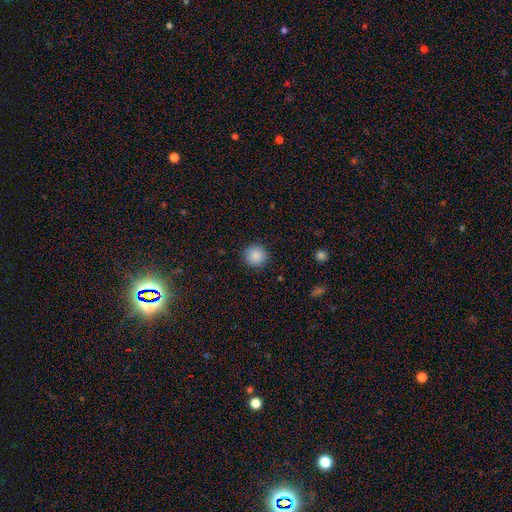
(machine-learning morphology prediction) A smooth galaxy with no disk features (88%) that is round (94%). Merging: none (91%).